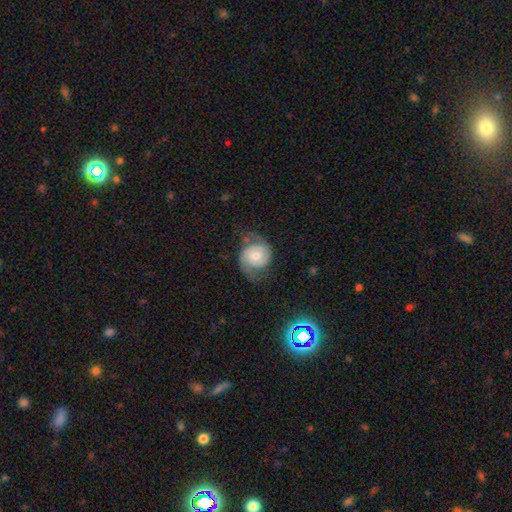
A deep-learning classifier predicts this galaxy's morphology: type=featured or disk (78%); edge-on=no (98%); bar=no (62%); spiral arms=yes (95%); winding=medium (45%); arm count=2 (90%); bulge=moderate (53%); merging=none (66%).